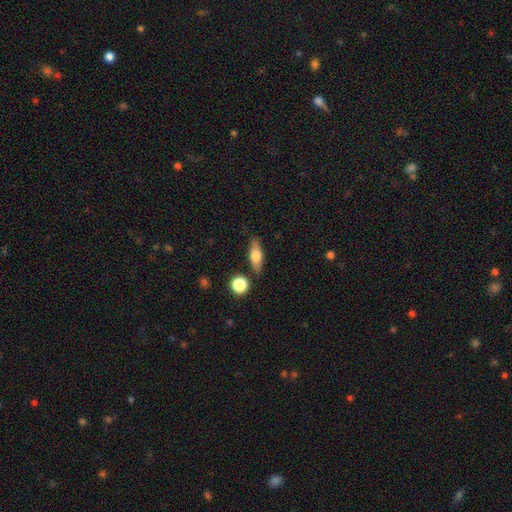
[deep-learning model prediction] smooth_or_featured: smooth (p=0.62) [alt: featured or disk p=0.31]
how_rounded: in between (p=0.64) [alt: cigar-shaped p=0.29]
merging: none (p=0.81) [alt: minor disturbance p=0.12]